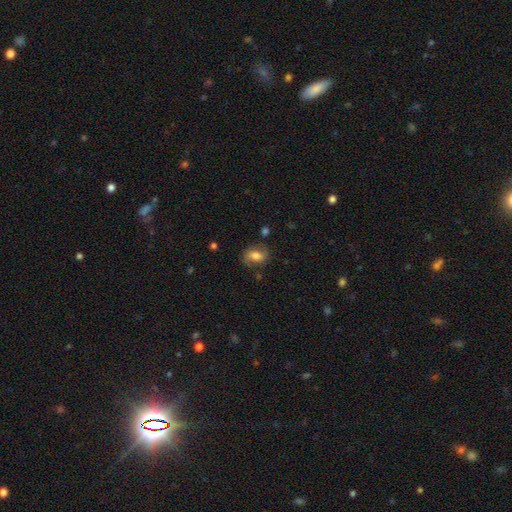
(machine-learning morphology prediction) Smooth or featured? smooth (54%)
How rounded? in between (67%)
Merging? none (70%)